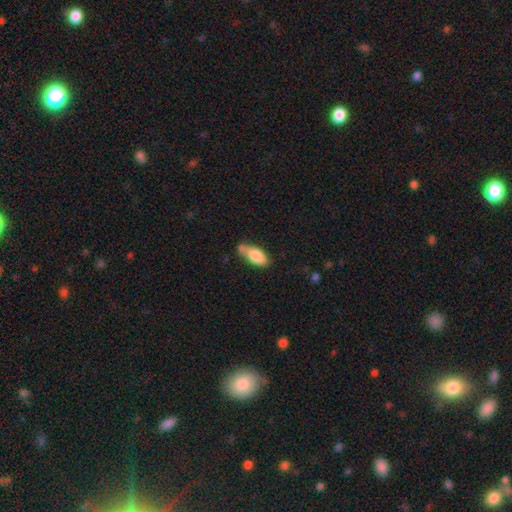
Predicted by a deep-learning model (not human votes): Smooth or featured?
  - smooth: 80% *
  - featured or disk: 13%
  - star or artifact: 7%
How rounded?
  - in between: 85% *
  - cigar-shaped: 12%
  - round: 3%
Merging?
  - none: 46% *
  - minor disturbance: 28%
  - merger: 19%
  - major disturbance: 7%